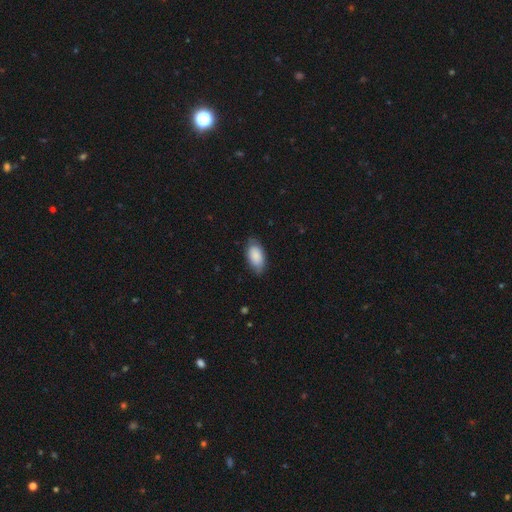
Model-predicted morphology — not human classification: The model was most divided on "merging": none: 71%, minor disturbance: 24%, major disturbance: 4%, merger: 1%. More confident: how rounded — in between (94%); smooth or featured — smooth (83%).